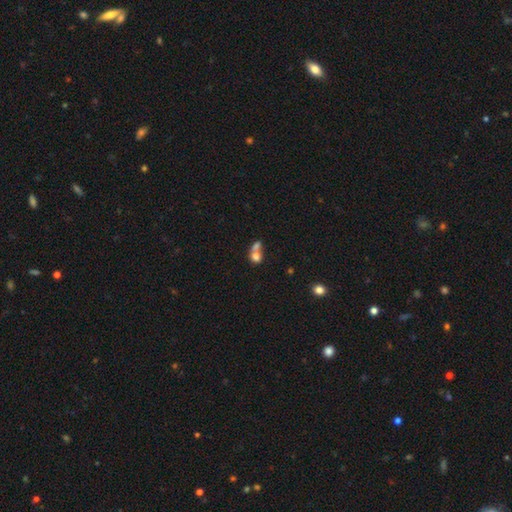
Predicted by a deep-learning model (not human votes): Q: Smooth or featured?
A: smooth (74%); runner-up: featured or disk (16%)
Q: How rounded?
A: round (58%); runner-up: in between (40%)
Q: Merging?
A: merger (67%); runner-up: none (21%)